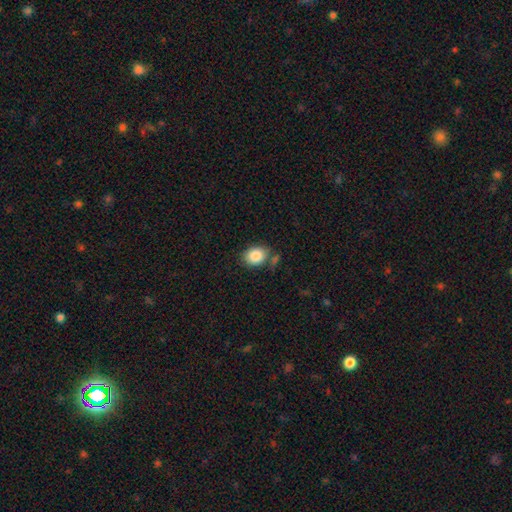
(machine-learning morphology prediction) Overall: smooth (86%). How rounded: in between (60%; round 39%). Merging: none (71%).